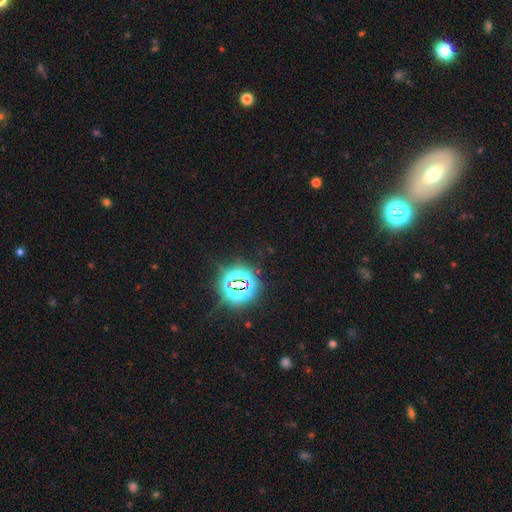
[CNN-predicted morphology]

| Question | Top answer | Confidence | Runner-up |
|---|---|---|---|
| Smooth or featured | star or artifact | 79% | smooth (13%) |